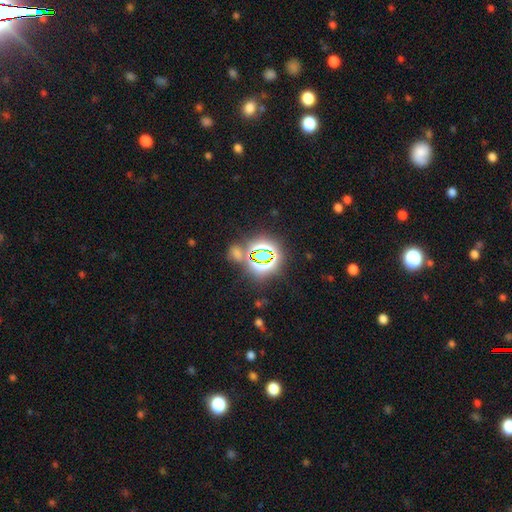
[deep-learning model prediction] smooth_or_featured: star or artifact (p=0.78) [alt: smooth p=0.15]